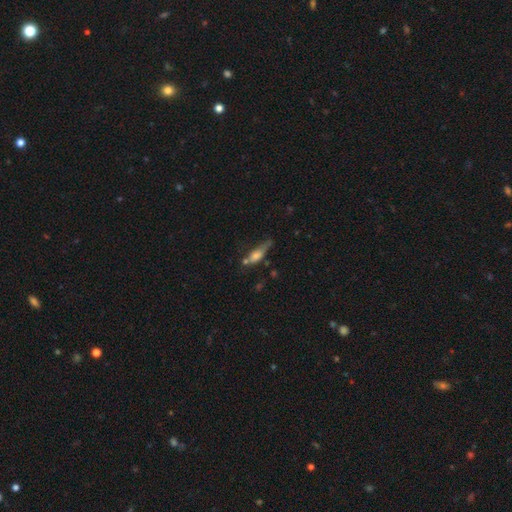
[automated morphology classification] smooth 54%, featured or disk 36%, star or artifact 10%. Down the decision tree: how rounded — cigar-shaped (53%); merging — none (43%).